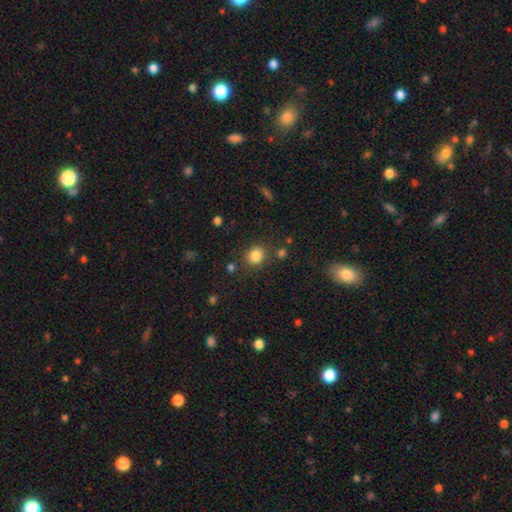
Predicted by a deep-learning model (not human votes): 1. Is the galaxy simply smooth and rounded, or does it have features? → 84% smooth, 12% star or artifact, 5% featured or disk.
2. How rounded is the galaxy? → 74% round, 25% in between, 1% cigar-shaped.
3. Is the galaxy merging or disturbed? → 79% none, 11% minor disturbance, 6% merger, 4% major disturbance.